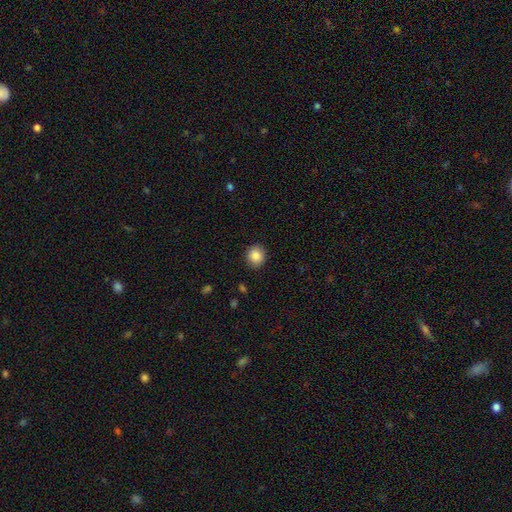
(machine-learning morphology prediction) Smooth or featured? Predicted: smooth (p=0.87). How rounded? Predicted: round (p=0.85). Merging? Predicted: none (p=0.90).